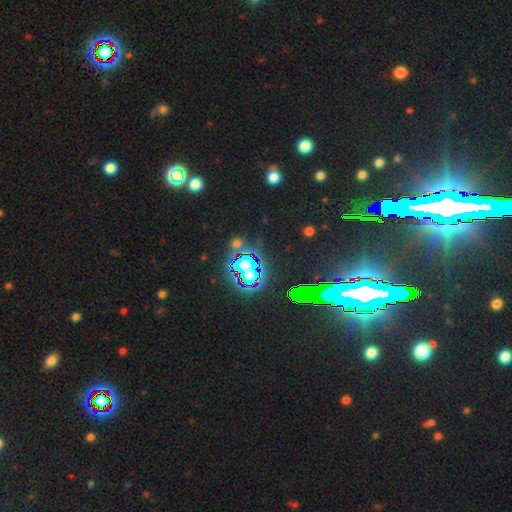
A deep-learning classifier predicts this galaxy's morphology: type=star or artifact (83%).